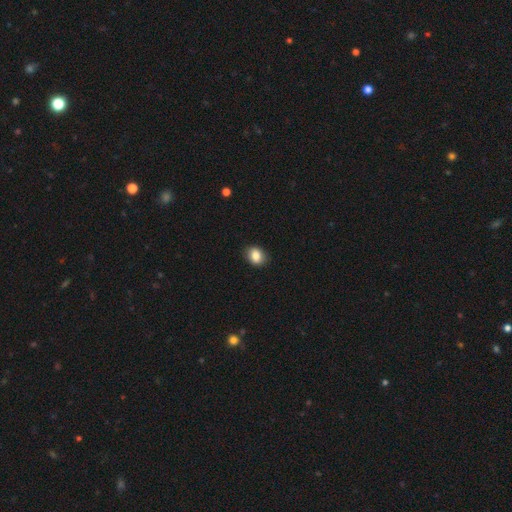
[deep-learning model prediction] smooth-or-featured: smooth: 85% | star or artifact: 9% | featured or disk: 7%
  how-rounded: in between: 57% | round: 42% | cigar-shaped: 1%
  merging: none: 87% | minor disturbance: 10% | major disturbance: 2% | merger: 1%